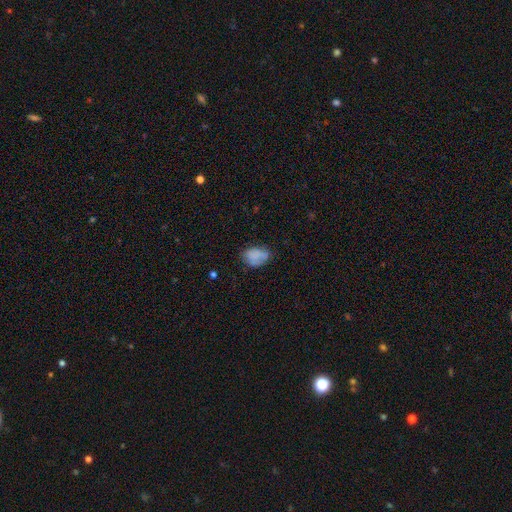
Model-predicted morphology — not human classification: Smooth or featured: smooth — 79% (featured or disk — 12%)
How rounded: in between — 83% (round — 16%)
Merging: none — 57% (minor disturbance — 30%)